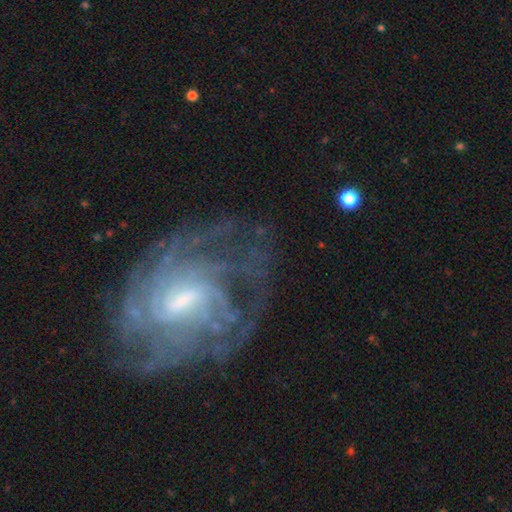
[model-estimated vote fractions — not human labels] featured or disk 85%, star or artifact 8%, smooth 7%. Down the decision tree: edge-on disk — no (97%); bar — weak (56%); spiral arms — yes (93%); spiral arm count — can't tell (41%); spiral winding — tight (59%); bulge size — moderate (45%); merging — none (67%).